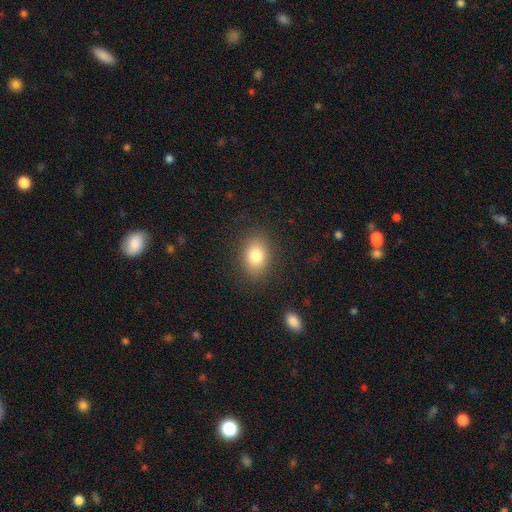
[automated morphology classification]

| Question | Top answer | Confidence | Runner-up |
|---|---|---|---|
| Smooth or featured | smooth | 80% | featured or disk (10%) |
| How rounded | in between | 76% | round (23%) |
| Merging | none | 85% | minor disturbance (10%) |